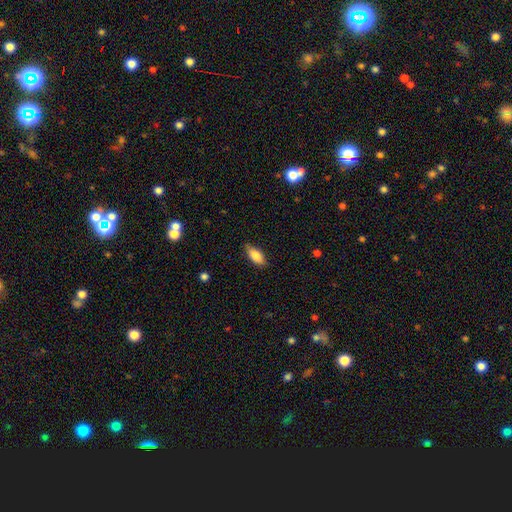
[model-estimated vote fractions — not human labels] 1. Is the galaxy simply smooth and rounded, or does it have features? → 84% smooth, 9% featured or disk, 7% star or artifact.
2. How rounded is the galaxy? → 84% in between, 13% cigar-shaped, 2% round.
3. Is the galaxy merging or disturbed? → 80% none, 16% minor disturbance, 3% major disturbance, 1% merger.